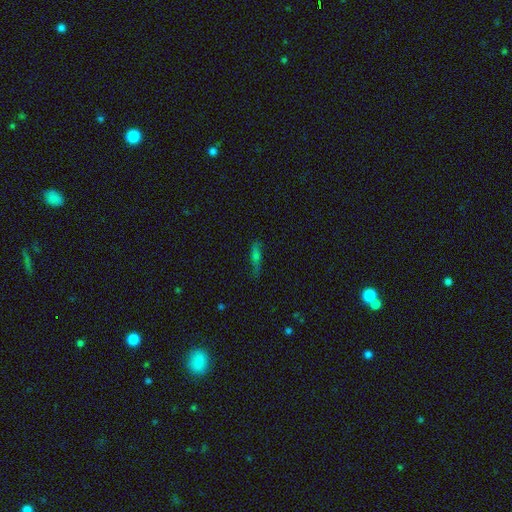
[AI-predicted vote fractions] Smooth or featured? Predicted: smooth (p=0.50). How rounded? Predicted: cigar-shaped (p=0.69). Merging? Predicted: none (p=0.70).